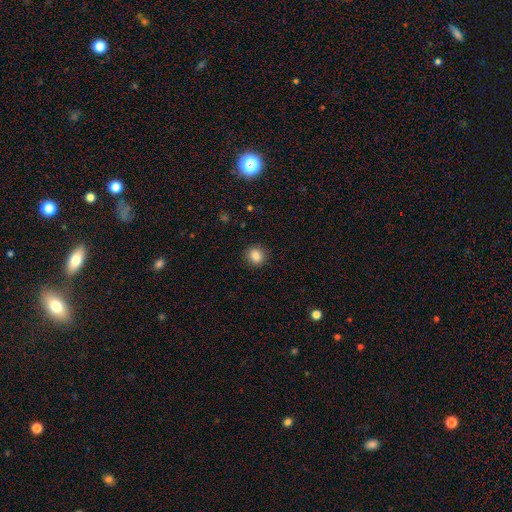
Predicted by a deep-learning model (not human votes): Smooth or featured? Predicted: smooth (p=0.85). How rounded? Predicted: round (p=0.84). Merging? Predicted: none (p=0.91).